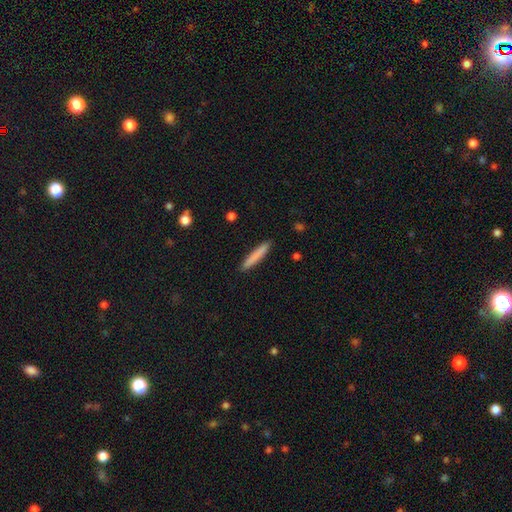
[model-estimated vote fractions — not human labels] smooth 81%, featured or disk 13%, star or artifact 6%. Down the decision tree: how rounded — cigar-shaped (94%); merging — none (91%).